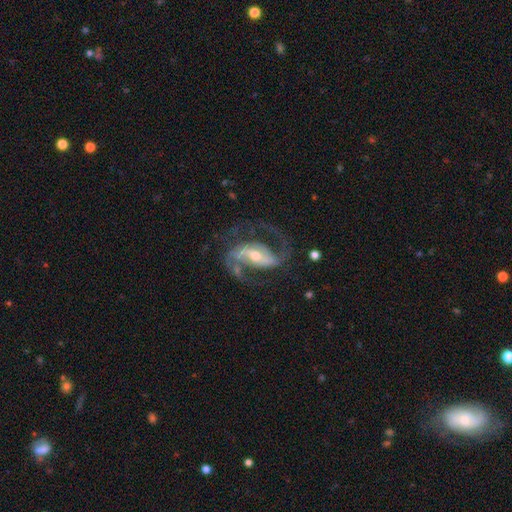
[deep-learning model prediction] Overall: featured or disk (91%). Edge-on disk: no (97%). Bar: strong (50%; weak 35%). Spiral arms: yes (97%). Spiral arm count: 2 (91%). Spiral winding: medium (56%; loose 32%). Bulge size: small (49%; moderate 46%). Merging: none (68%).